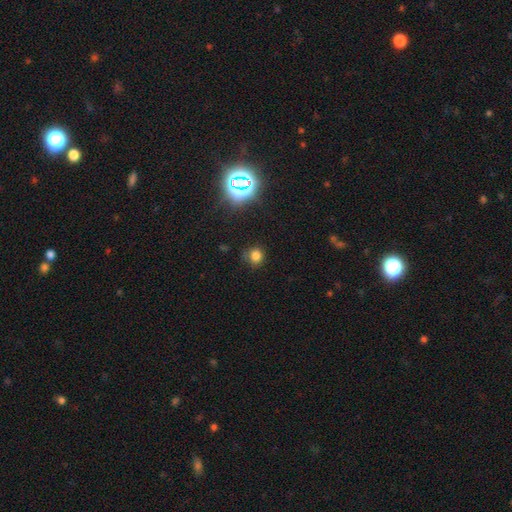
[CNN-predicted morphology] Smooth or featured? smooth (75%)
How rounded? round (83%)
Merging? none (75%)